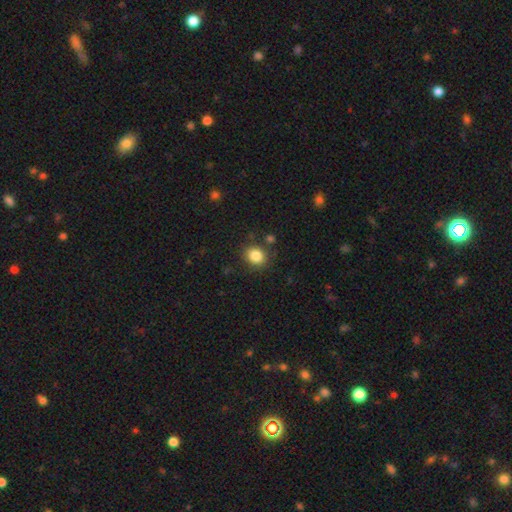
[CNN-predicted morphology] Overall: smooth (85%). How rounded: round (70%). Merging: none (82%).